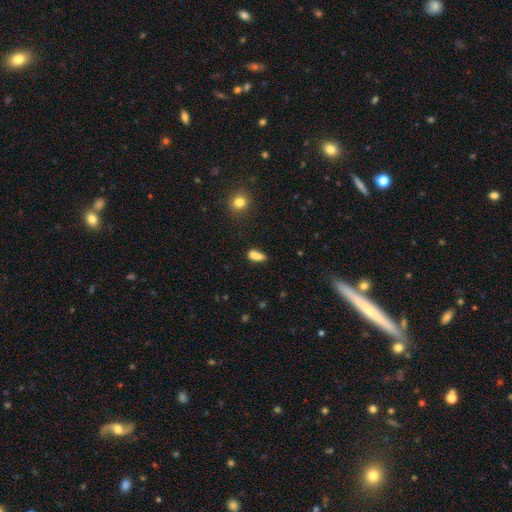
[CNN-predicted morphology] The model was most divided on "merging": merger: 44%, none: 34%, minor disturbance: 15%, major disturbance: 7%. More confident: smooth or featured — smooth (76%); how rounded — in between (74%).